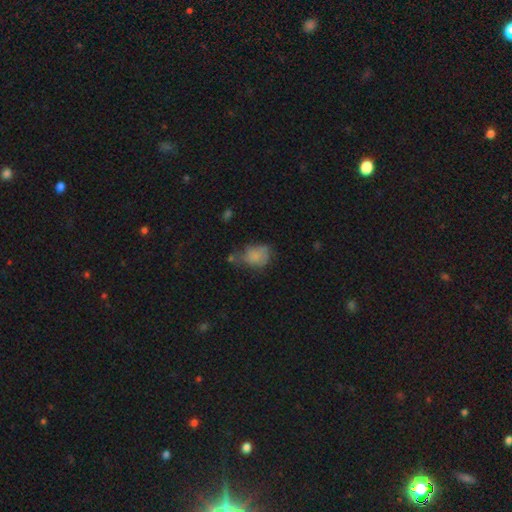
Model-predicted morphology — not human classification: This appears to be a smooth galaxy with no disk features (76%) that is in between round and cigar-shaped (66%). Merging: minor disturbance (35%).